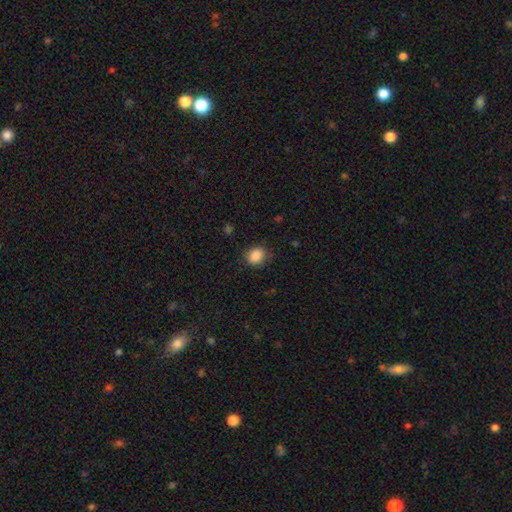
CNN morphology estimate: Smooth or featured? Predicted: smooth (p=0.87). How rounded? Predicted: round (p=0.64). Merging? Predicted: none (p=0.84).